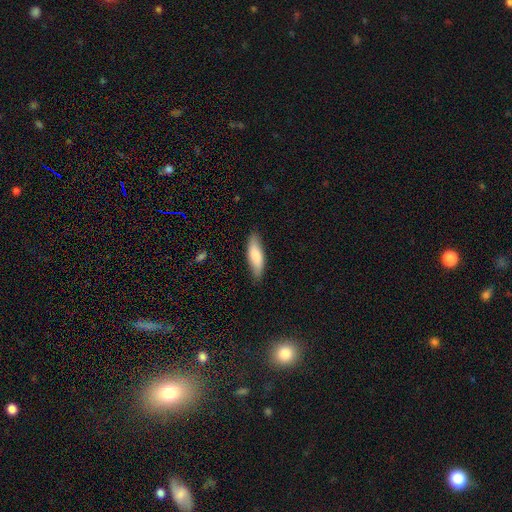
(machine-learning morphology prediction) smooth_or_featured: smooth (p=0.78) [alt: featured or disk p=0.16]
how_rounded: in between (p=0.49) [tied with: cigar-shaped p=0.49]
merging: none (p=0.83) [alt: minor disturbance p=0.14]